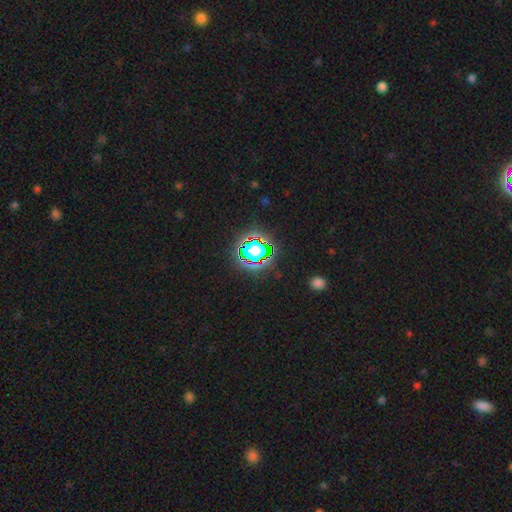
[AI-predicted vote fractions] smooth_or_featured: star or artifact (p=0.79) [alt: smooth p=0.14]